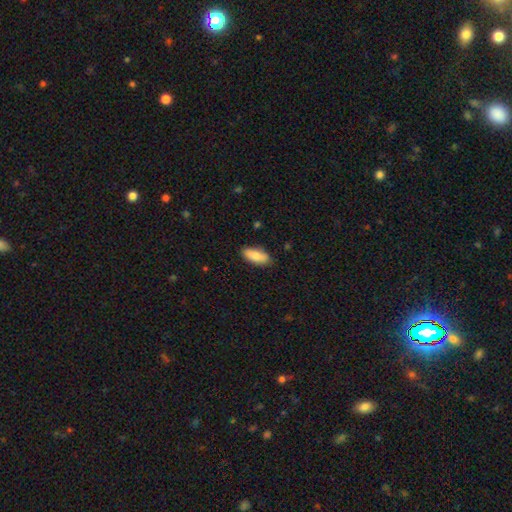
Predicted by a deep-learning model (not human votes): Overall: smooth (84%). How rounded: in between (82%). Merging: none (85%).